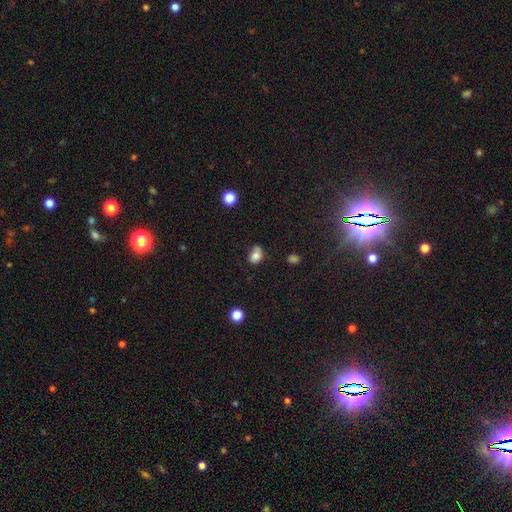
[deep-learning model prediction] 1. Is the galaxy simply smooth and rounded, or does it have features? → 79% smooth, 11% star or artifact, 10% featured or disk.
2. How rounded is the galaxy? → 62% in between, 37% round, 1% cigar-shaped.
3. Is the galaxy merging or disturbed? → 53% none, 31% minor disturbance, 8% merger, 8% major disturbance.